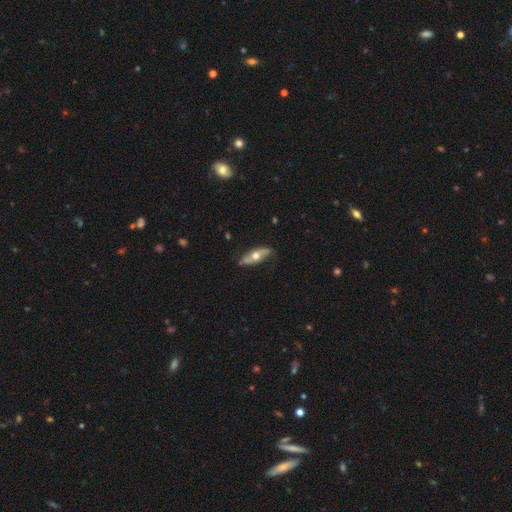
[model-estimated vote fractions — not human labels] featured or disk 55%, smooth 39%, star or artifact 6%. Down the decision tree: edge-on disk — yes (51%); merging — none (75%).